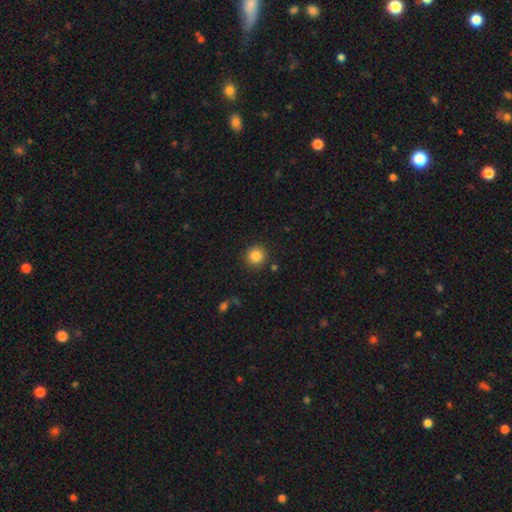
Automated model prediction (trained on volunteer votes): Smooth or featured? Predicted: smooth (p=0.85). How rounded? Predicted: round (p=0.93). Merging? Predicted: none (p=0.89).